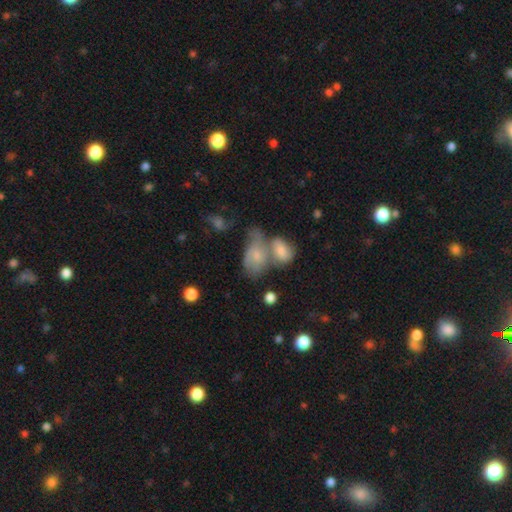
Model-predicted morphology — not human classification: type=smooth (55%); roundness=in between (84%); merging=merger (56%).